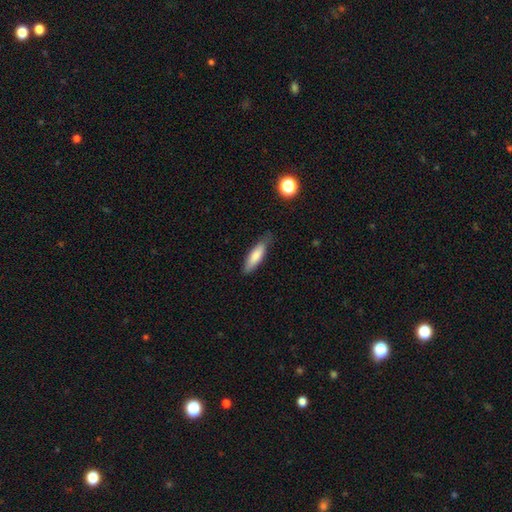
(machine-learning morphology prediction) smooth_or_featured: smooth (p=0.78) [alt: featured or disk p=0.16]
how_rounded: cigar-shaped (p=0.58) [alt: in between p=0.40]
merging: none (p=0.74) [alt: minor disturbance p=0.21]